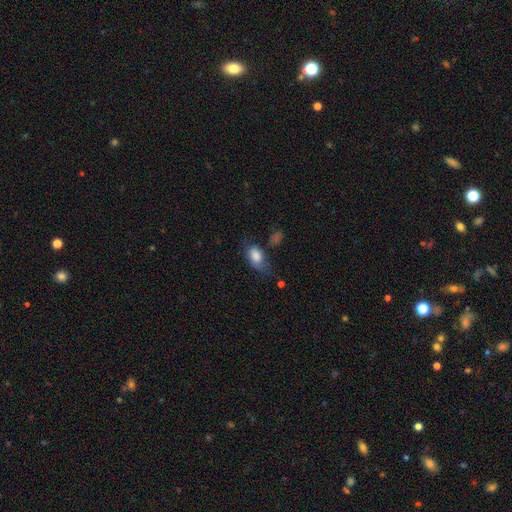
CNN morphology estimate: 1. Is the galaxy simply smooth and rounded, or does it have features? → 81% smooth, 11% featured or disk, 8% star or artifact.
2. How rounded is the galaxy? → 88% in between, 9% round, 3% cigar-shaped.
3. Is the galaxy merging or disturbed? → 44% none, 32% minor disturbance, 19% major disturbance, 6% merger.